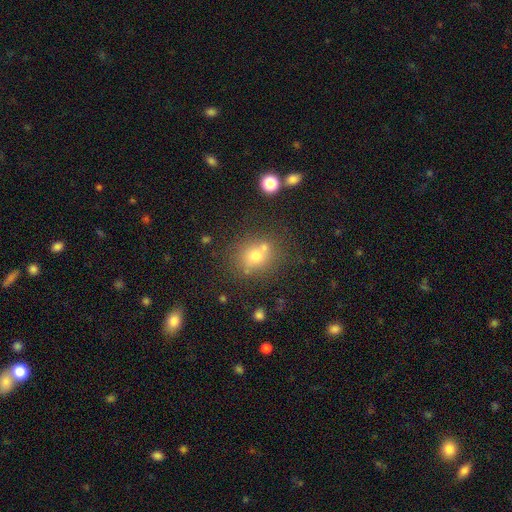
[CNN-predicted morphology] Smooth or featured? Predicted: smooth (p=0.68). How rounded? Predicted: round (p=0.69). Merging? Predicted: none (p=0.59).